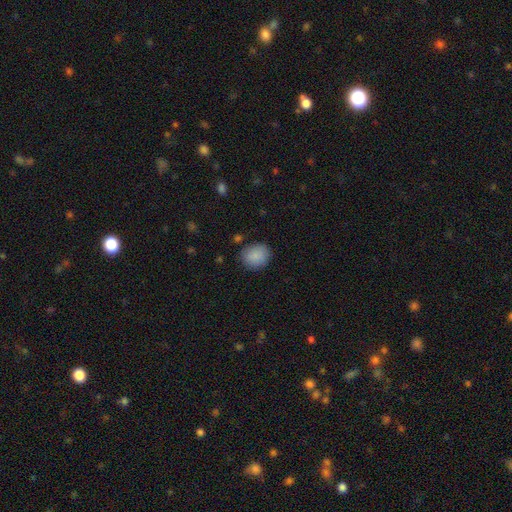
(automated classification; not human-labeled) Smooth or featured? Predicted: smooth (p=0.88). How rounded? Predicted: round (p=0.72). Merging? Predicted: none (p=0.83).